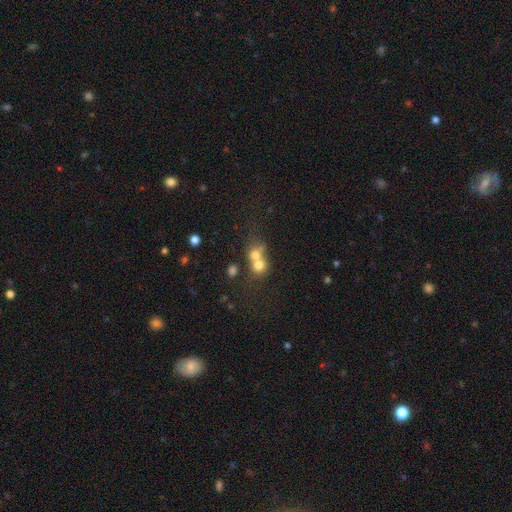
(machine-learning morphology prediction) smooth-or-featured: smooth: 67% | featured or disk: 19% | star or artifact: 14%
  how-rounded: round: 76% | in between: 22% | cigar-shaped: 1%
  merging: merger: 66% | none: 25% | minor disturbance: 5% | major disturbance: 4%